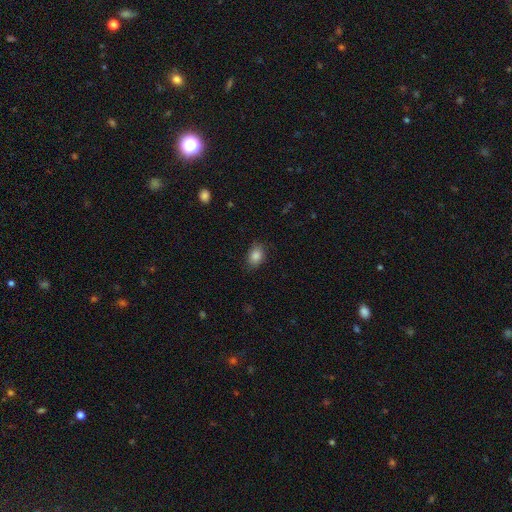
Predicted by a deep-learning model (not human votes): This is clearly a smooth galaxy (86%). How rounded: likely in between (76%). Merging: clearly none (80%).